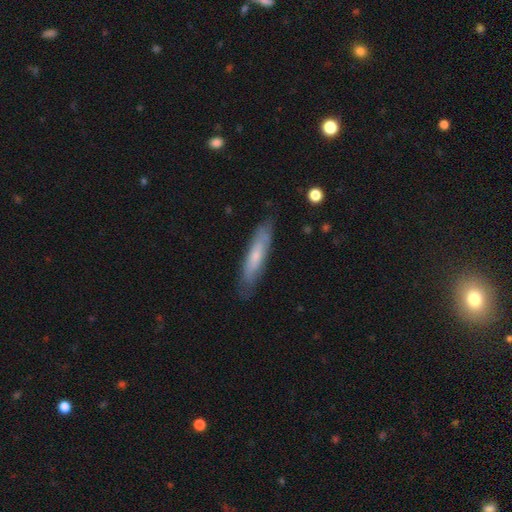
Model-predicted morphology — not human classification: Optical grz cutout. It shows a smooth galaxy with no disk features (52%) that is cigar-shaped (81%). Merging: none (79%).